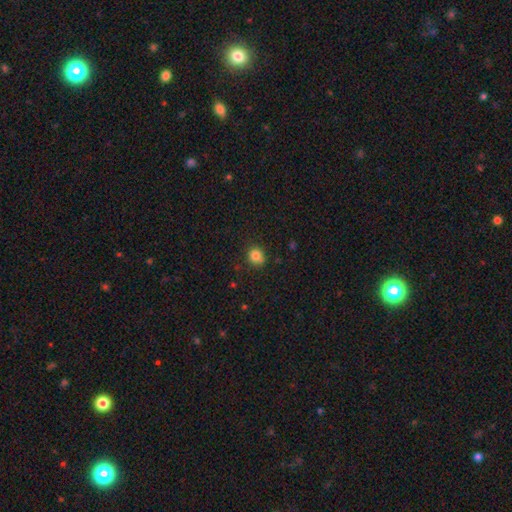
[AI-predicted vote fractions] Morphology: type=smooth (82%); roundness=round (75%); merging=none (77%).